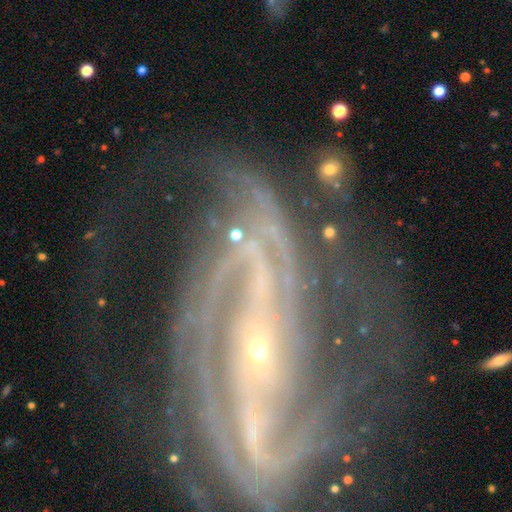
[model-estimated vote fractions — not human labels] Smooth or featured? featured or disk (87%)
Edge-on disk? no (96%)
Bar? strong (55%)
Spiral arms? yes (96%)
Spiral winding? medium (43%)
Spiral arm count? 2 (48%)
Bulge size? small (85%)
Merging? none (50%)